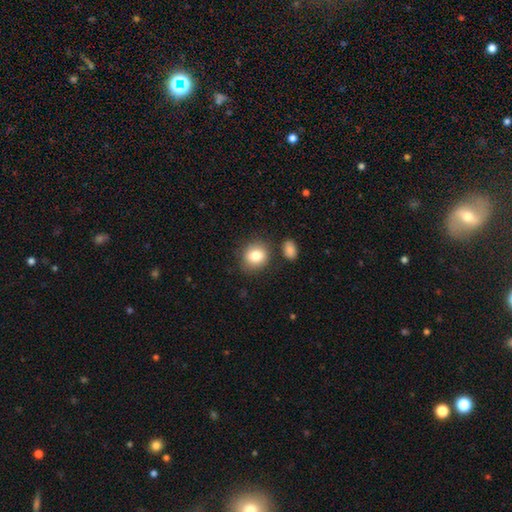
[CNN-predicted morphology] smooth-or-featured: smooth: 83% | star or artifact: 9% | featured or disk: 8%
  how-rounded: round: 75% | in between: 24% | cigar-shaped: 1%
  merging: none: 79% | minor disturbance: 11% | merger: 6% | major disturbance: 3%